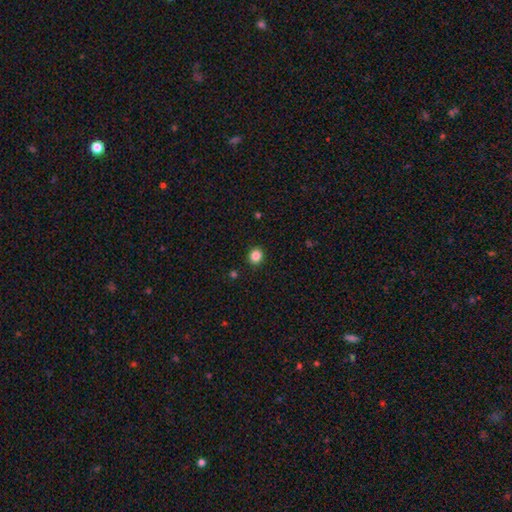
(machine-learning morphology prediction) This appears to be a smooth galaxy with no disk features (85%) that is round (82%). Merging: none (91%).